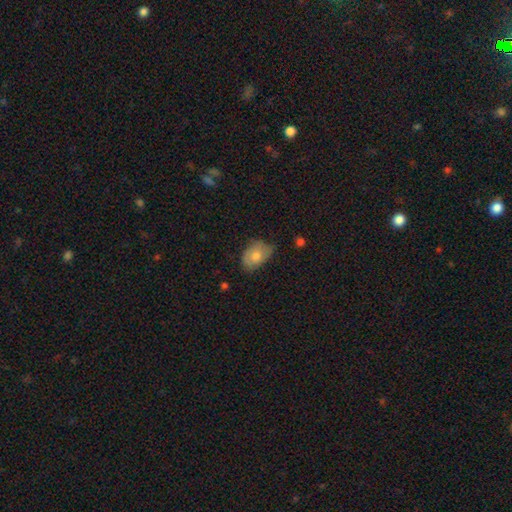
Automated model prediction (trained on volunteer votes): smooth_or_featured: smooth (p=0.69) [alt: featured or disk p=0.23]
how_rounded: in between (p=0.82) [alt: round p=0.17]
merging: none (p=0.57) [alt: minor disturbance p=0.35]